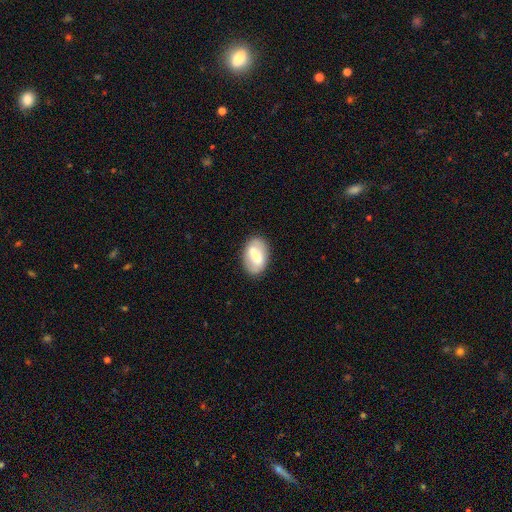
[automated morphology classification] A smooth galaxy with no disk features (58%) that is in between round and cigar-shaped (89%). Merging: none (80%).